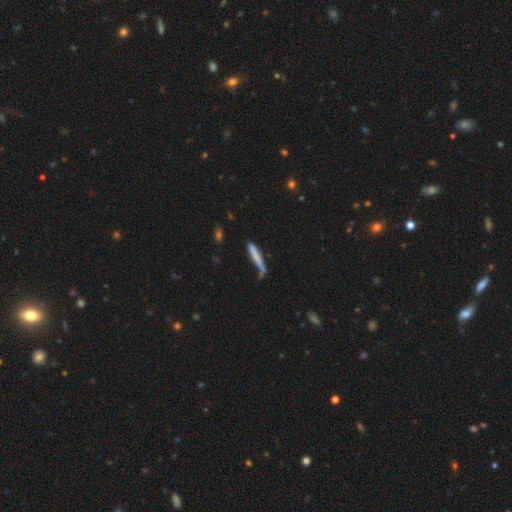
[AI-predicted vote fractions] A smooth galaxy with no disk features (70%) that is cigar-shaped (93%). Merging: none (50%).